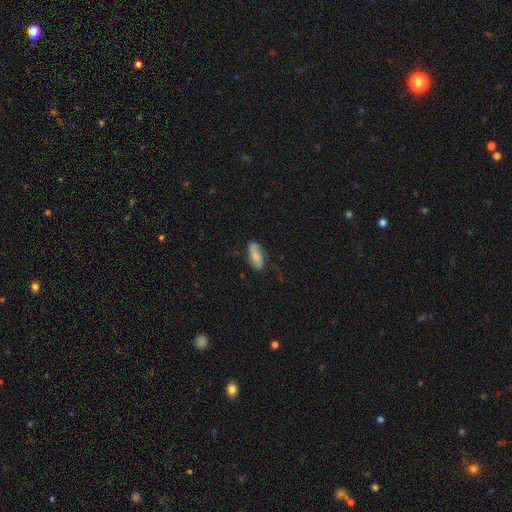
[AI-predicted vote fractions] A smooth galaxy with no disk features (64%) that is in between round and cigar-shaped (82%).

Vote fractions:
- Smooth or featured? smooth: 64% / featured or disk: 29% / star or artifact: 7%
- How rounded? in between: 82% / cigar-shaped: 15% / round: 2%
- Merging? none: 65% / minor disturbance: 25% / major disturbance: 8% / merger: 2%